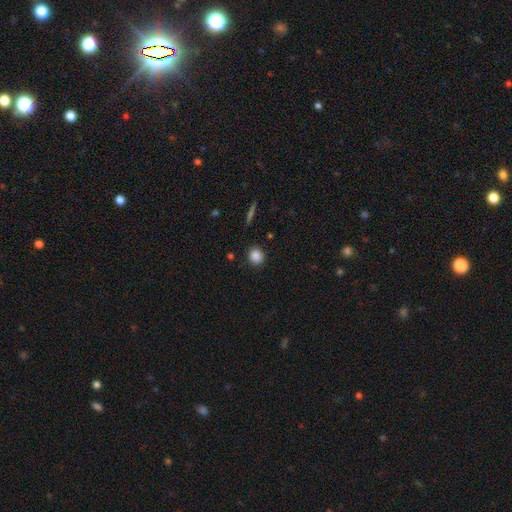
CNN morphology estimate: A smooth galaxy with no disk features (86%) that is round (80%). Merging: none (88%).